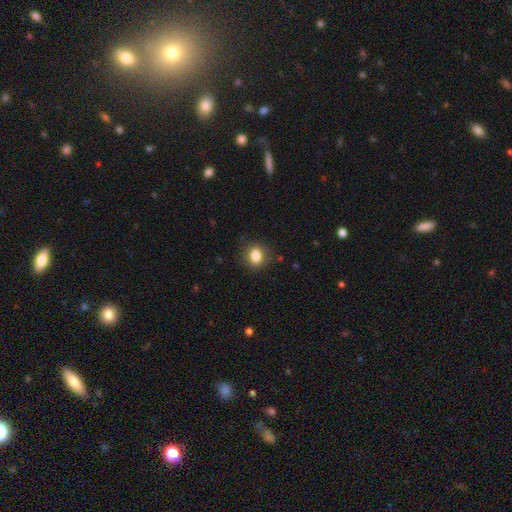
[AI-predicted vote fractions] smooth_or_featured: smooth (p=0.84) [alt: star or artifact p=0.10]
how_rounded: round (p=0.55) [alt: in between p=0.44]
merging: none (p=0.85) [alt: minor disturbance p=0.11]